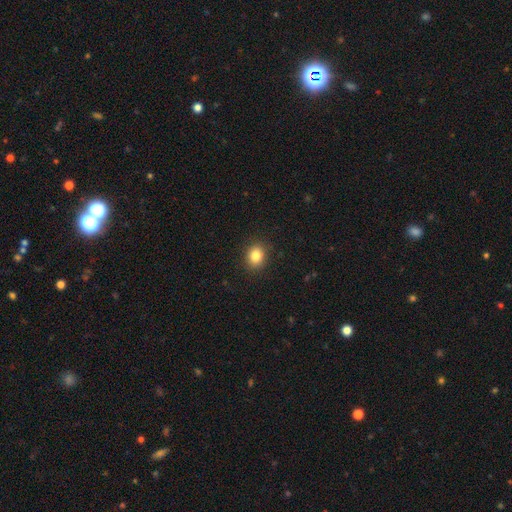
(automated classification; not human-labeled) Smooth or featured: smooth — 84% (star or artifact — 10%)
How rounded: round — 54% (in between — 45%)
Merging: none — 88% (minor disturbance — 8%)